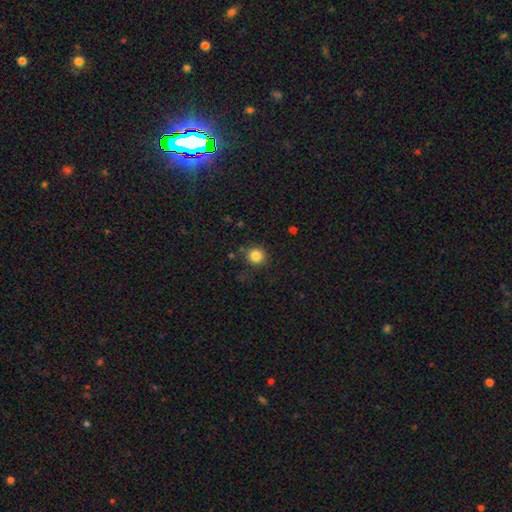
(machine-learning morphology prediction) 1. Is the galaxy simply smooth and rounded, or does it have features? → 85% smooth, 11% star or artifact, 4% featured or disk.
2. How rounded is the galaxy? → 92% round, 7% in between, 1% cigar-shaped.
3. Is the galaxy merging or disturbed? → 84% none, 10% minor disturbance, 3% major disturbance, 3% merger.